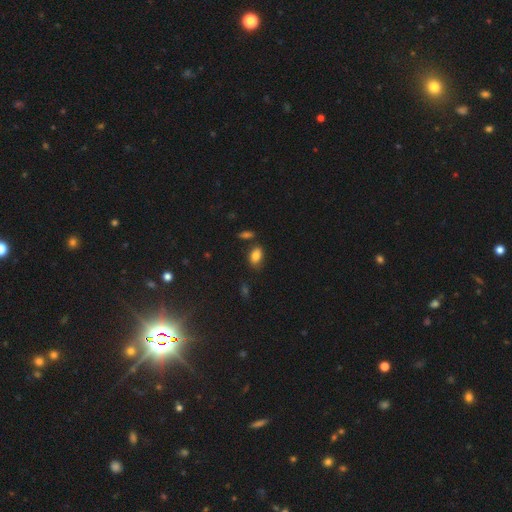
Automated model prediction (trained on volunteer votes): smooth-or-featured: smooth: 83% | star or artifact: 9% | featured or disk: 8%
  how-rounded: in between: 88% | round: 9% | cigar-shaped: 2%
  merging: none: 74% | minor disturbance: 14% | merger: 8% | major disturbance: 4%